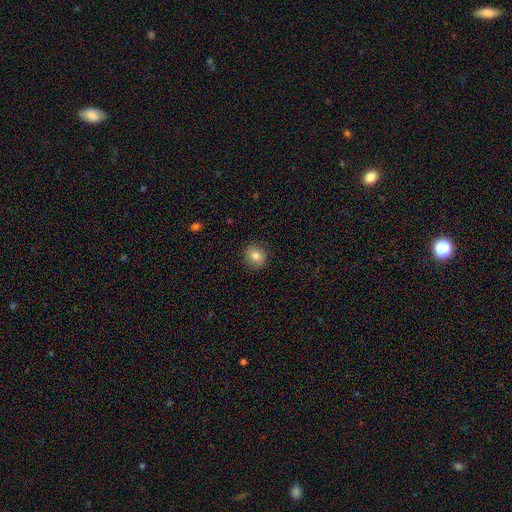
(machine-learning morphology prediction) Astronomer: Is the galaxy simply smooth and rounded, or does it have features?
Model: smooth — 81%.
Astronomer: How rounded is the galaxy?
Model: round — 83%.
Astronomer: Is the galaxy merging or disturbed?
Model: none — 89%.